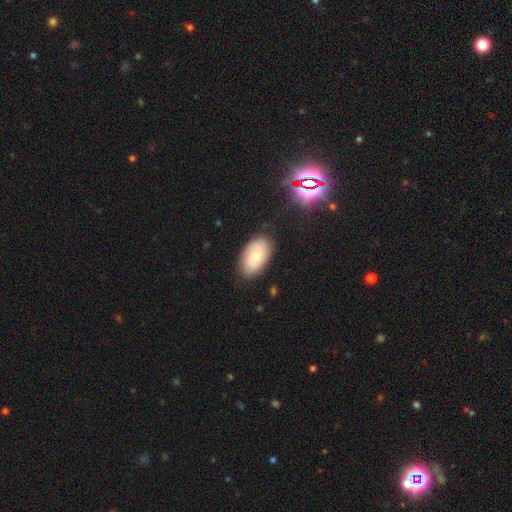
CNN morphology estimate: type=smooth (60%); roundness=in between (92%); merging=none (81%).